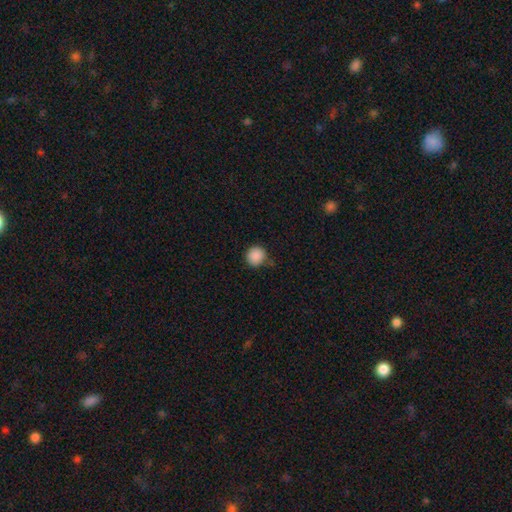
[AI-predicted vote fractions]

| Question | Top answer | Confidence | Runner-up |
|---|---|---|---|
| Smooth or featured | smooth | 88% | star or artifact (9%) |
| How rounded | round | 93% | in between (6%) |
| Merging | none | 76% | minor disturbance (16%) |